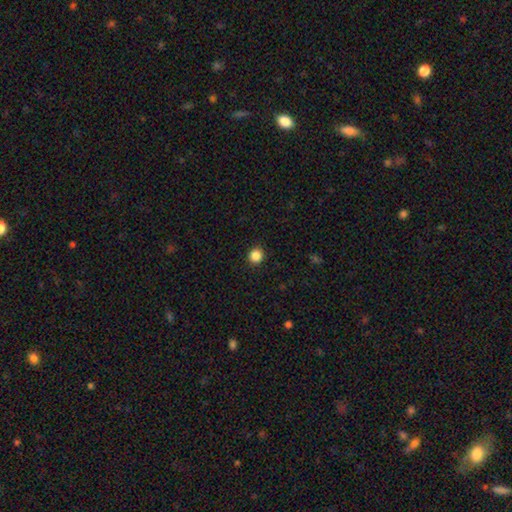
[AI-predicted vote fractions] smooth-or-featured: smooth: 86% | star or artifact: 11% | featured or disk: 3%
  how-rounded: round: 94% | in between: 5% | cigar-shaped: 1%
  merging: none: 93% | minor disturbance: 5% | major disturbance: 2% | merger: 1%